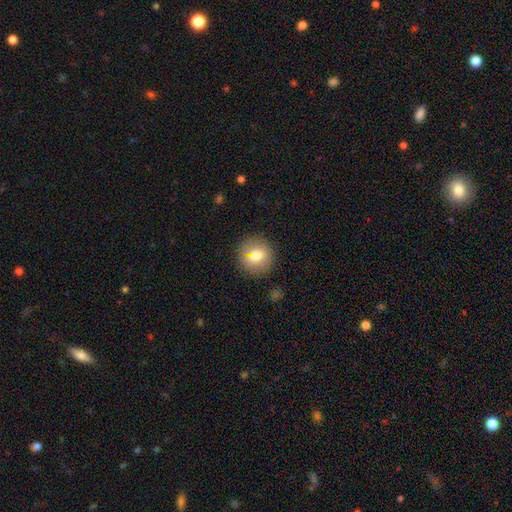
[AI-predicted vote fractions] A smooth galaxy with no disk features (70%) that is round (91%).

Vote fractions:
- Smooth or featured? smooth: 70% / featured or disk: 20% / star or artifact: 10%
- How rounded? round: 91% / in between: 8% / cigar-shaped: 1%
- Merging? none: 84% / minor disturbance: 10% / major disturbance: 3% / merger: 3%